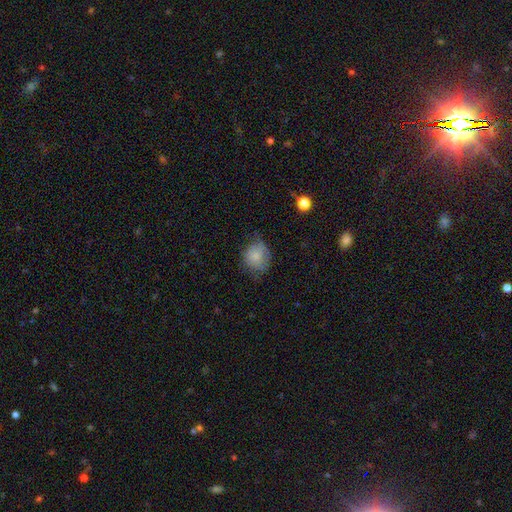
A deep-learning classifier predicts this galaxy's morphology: smooth_or_featured: smooth (p=0.78) [alt: featured or disk p=0.14]
how_rounded: round (p=0.68) [alt: in between p=0.31]
merging: none (p=0.49) [alt: minor disturbance p=0.36]